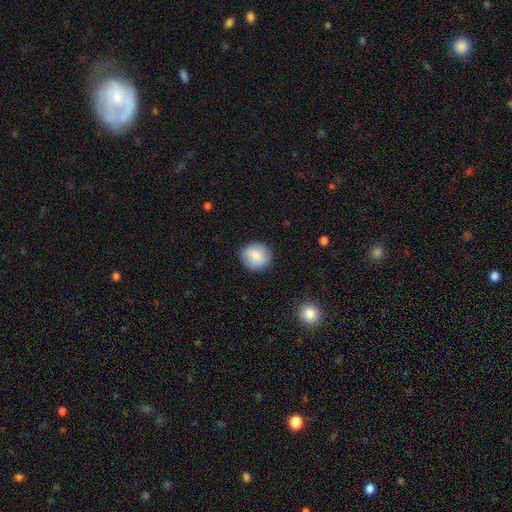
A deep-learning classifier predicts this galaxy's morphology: A smooth galaxy with no disk features (85%) that is round (90%). Merging: none (88%).